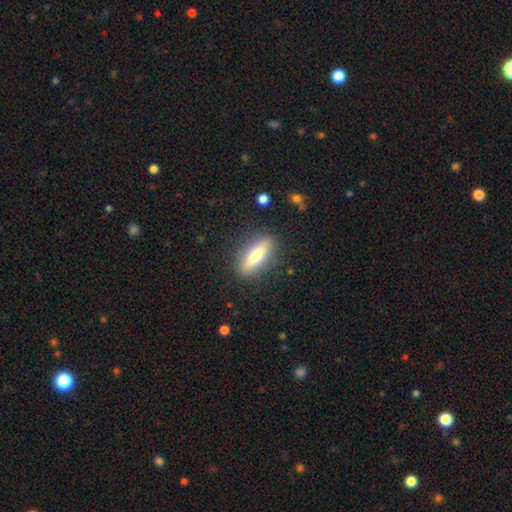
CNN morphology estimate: smooth_or_featured: smooth (p=0.71) [alt: featured or disk p=0.22]
how_rounded: in between (p=0.52) [alt: cigar-shaped p=0.45]
merging: none (p=0.85) [alt: minor disturbance p=0.10]